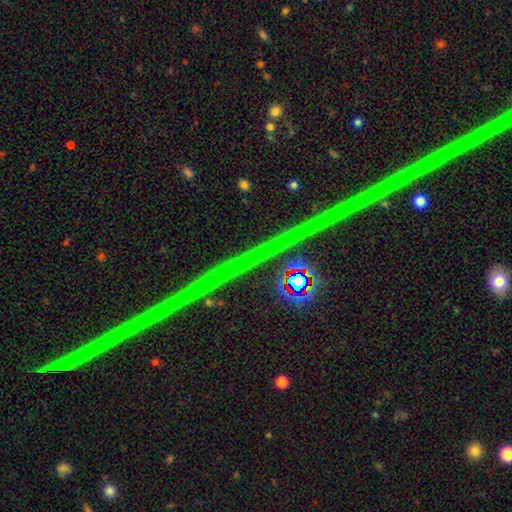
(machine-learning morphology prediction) The model was most divided on "smooth or featured": star or artifact: 85%, featured or disk: 10%, smooth: 5%.